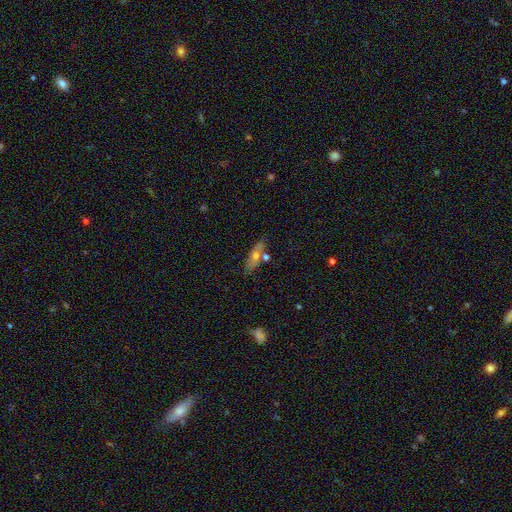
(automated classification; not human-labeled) The model was most divided on "smooth or featured": smooth: 57%, featured or disk: 35%, star or artifact: 9%. More confident: merging — none (68%); how rounded — in between (64%).